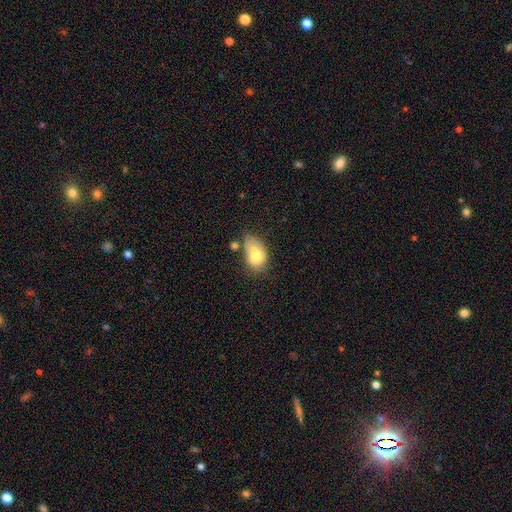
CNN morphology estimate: This is likely a smooth galaxy (64%). How rounded: clearly in between (84%). Merging: marginally merger (33%).